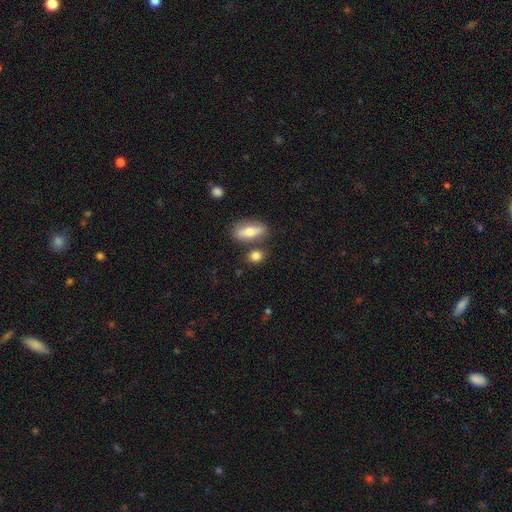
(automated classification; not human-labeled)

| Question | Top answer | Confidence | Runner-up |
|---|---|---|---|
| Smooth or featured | smooth | 81% | featured or disk (11%) |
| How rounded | in between | 51% | round (40%) |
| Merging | none | 70% | merger (15%) |